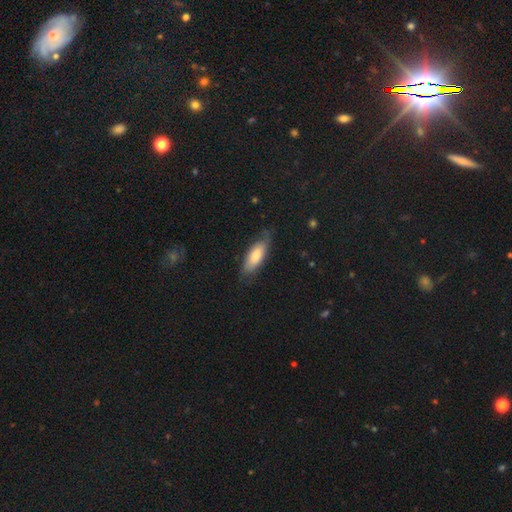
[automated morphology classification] smooth_or_featured: smooth (p=0.74) [alt: featured or disk p=0.20]
how_rounded: in between (p=0.70) [alt: cigar-shaped p=0.28]
merging: none (p=0.69) [alt: minor disturbance p=0.24]